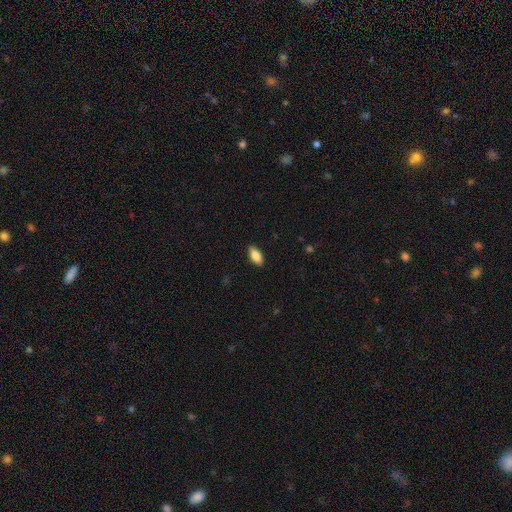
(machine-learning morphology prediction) The model was most divided on "smooth or featured": smooth: 87%, featured or disk: 7%, star or artifact: 6%. More confident: how rounded — in between (90%); merging — none (89%).